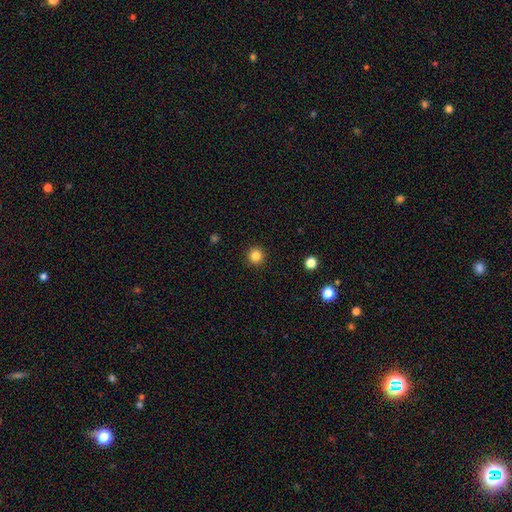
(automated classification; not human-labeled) smooth-or-featured: smooth: 83% | star or artifact: 12% | featured or disk: 4%
  how-rounded: round: 96% | in between: 3% | cigar-shaped: 1%
  merging: none: 93% | minor disturbance: 4% | major disturbance: 2% | merger: 1%